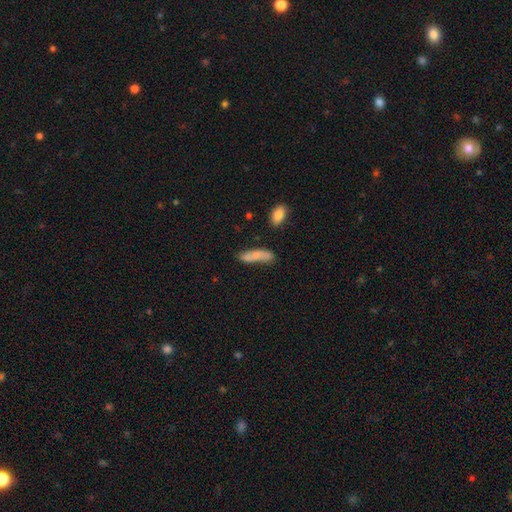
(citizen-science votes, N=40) Overall: smooth (68%). How rounded: cigar-shaped (48%; in between 41%). Merging: none (63%).